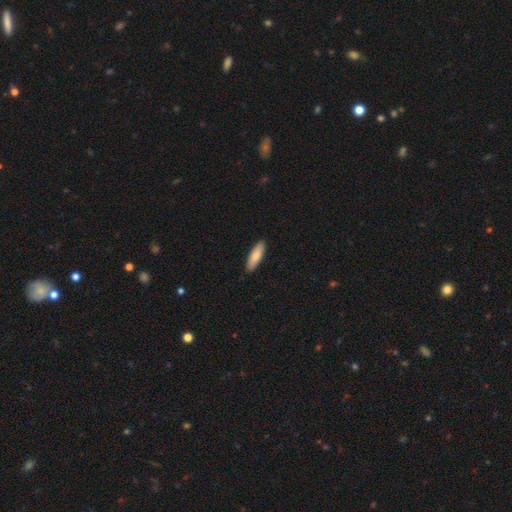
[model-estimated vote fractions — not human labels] smooth 81%, featured or disk 13%, star or artifact 5%. Down the decision tree: how rounded — cigar-shaped (50%); merging — none (90%).